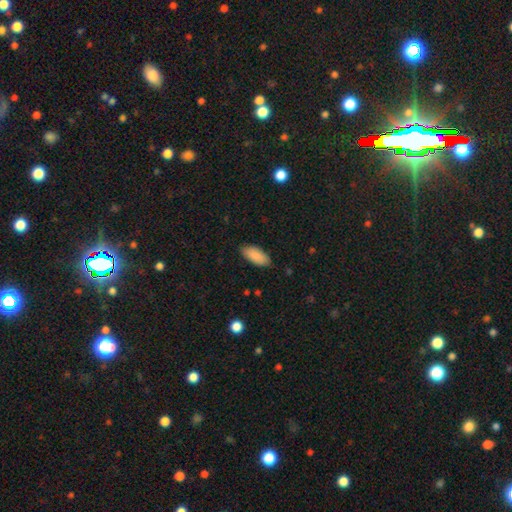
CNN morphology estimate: A smooth galaxy with no disk features (89%) that is in between round and cigar-shaped (89%). Merging: none (86%).